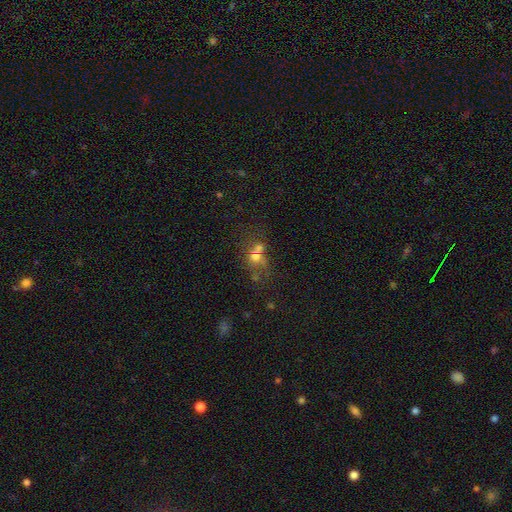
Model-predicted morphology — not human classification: Smooth or featured? Predicted: smooth (p=0.55). How rounded? Predicted: round (p=0.74). Merging? Predicted: merger (p=0.51).